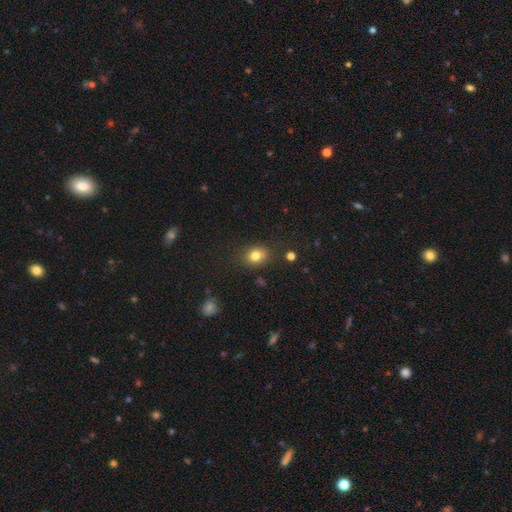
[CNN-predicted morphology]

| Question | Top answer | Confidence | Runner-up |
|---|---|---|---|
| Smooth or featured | smooth | 80% | star or artifact (11%) |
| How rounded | in between | 58% | round (41%) |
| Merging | none | 80% | minor disturbance (14%) |